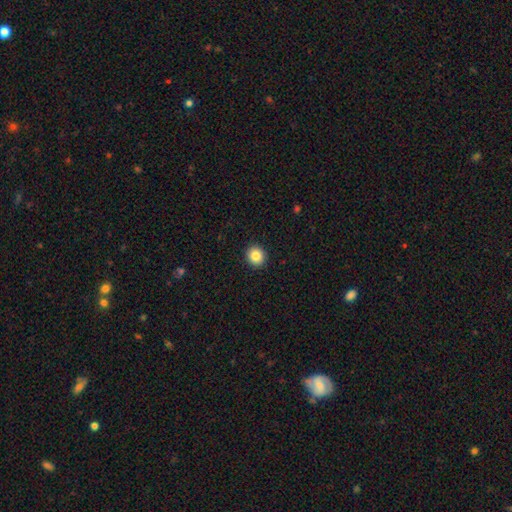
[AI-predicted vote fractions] A smooth galaxy with no disk features (85%) that is round (89%). Merging: none (93%).